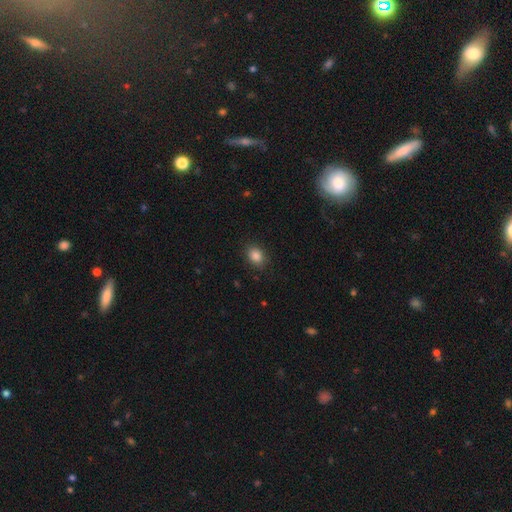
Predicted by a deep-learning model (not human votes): Smooth or featured: smooth — 86% (star or artifact — 10%)
How rounded: in between — 60% (round — 39%)
Merging: none — 88% (minor disturbance — 9%)